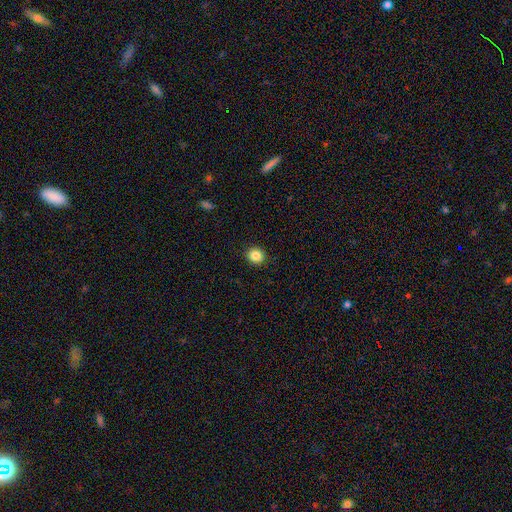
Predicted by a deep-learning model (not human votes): The model was most divided on "how rounded": round: 84%, in between: 15%, cigar-shaped: 1%. More confident: merging — none (92%); smooth or featured — smooth (85%).